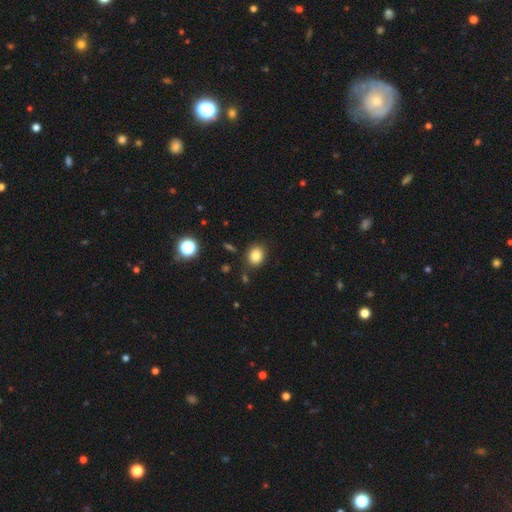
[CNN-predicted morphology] Smooth or featured? Predicted: smooth (p=0.84). How rounded? Predicted: round (p=0.62). Merging? Predicted: none (p=0.83).